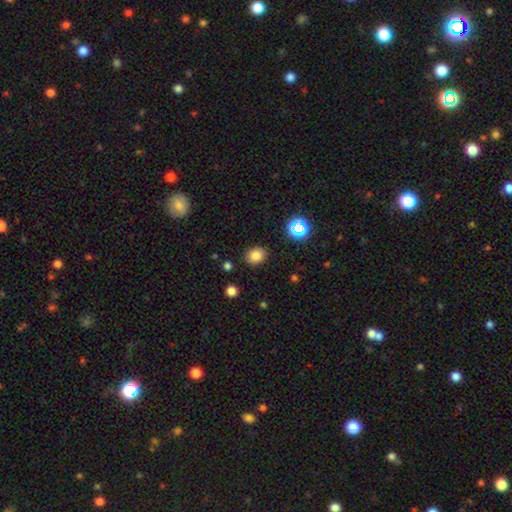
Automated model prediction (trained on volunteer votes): Smooth or featured?
  - smooth: 81% *
  - star or artifact: 14%
  - featured or disk: 5%
How rounded?
  - round: 57% *
  - in between: 42%
  - cigar-shaped: 1%
Merging?
  - none: 86% *
  - minor disturbance: 10%
  - major disturbance: 3%
  - merger: 2%